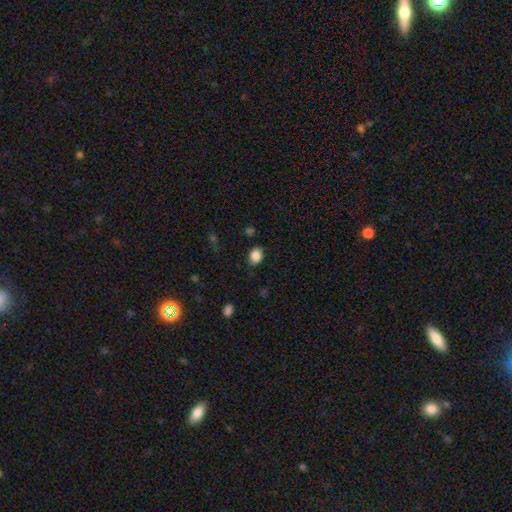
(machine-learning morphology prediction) The model was most divided on "how rounded": in between: 72%, round: 27%, cigar-shaped: 1%. More confident: smooth or featured — smooth (86%); merging — none (82%).